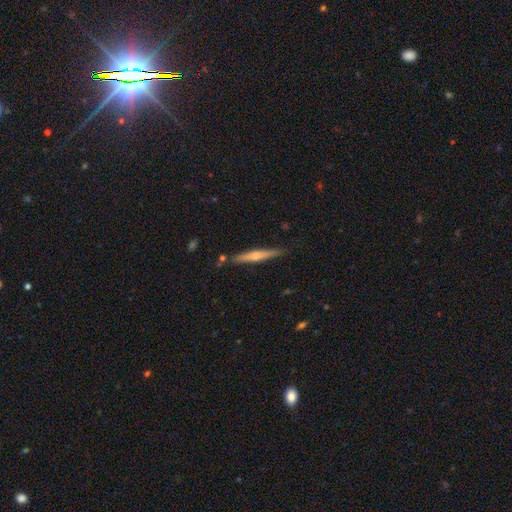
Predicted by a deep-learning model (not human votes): Smooth or featured? Predicted: featured or disk (p=0.52). Edge-on disk? Predicted: yes (p=0.96). Edge-on bulge? Predicted: rounded (p=0.71). Merging? Predicted: none (p=0.84).